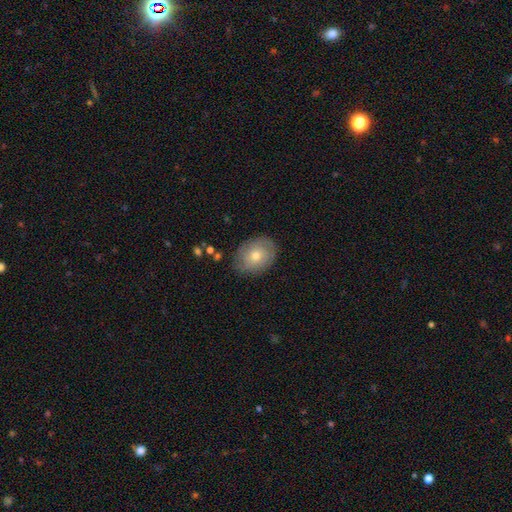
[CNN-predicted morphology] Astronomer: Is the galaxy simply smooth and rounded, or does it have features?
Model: smooth — 56% (runner-up: featured or disk, 35%).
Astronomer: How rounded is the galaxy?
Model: in between — 61% (runner-up: round, 38%).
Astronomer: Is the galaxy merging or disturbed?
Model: none — 80%.